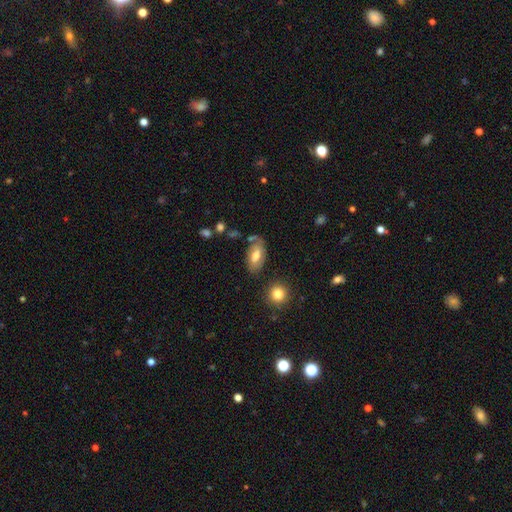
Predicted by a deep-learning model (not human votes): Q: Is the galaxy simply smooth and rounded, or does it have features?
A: smooth — 59%.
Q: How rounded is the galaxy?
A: in between — 91%.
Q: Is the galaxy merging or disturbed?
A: none — 63%.